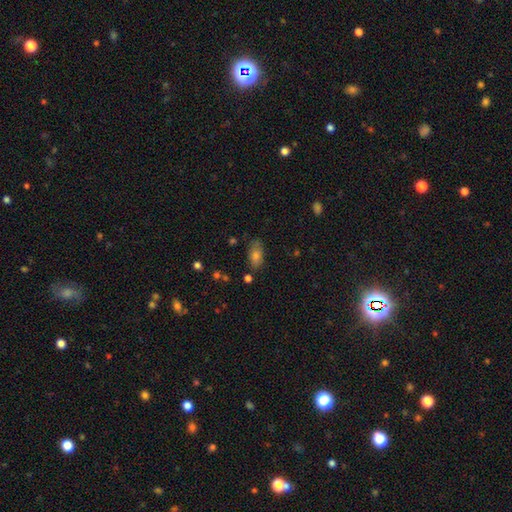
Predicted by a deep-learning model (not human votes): Smooth or featured? smooth (70%)
How rounded? in between (85%)
Merging? none (75%)